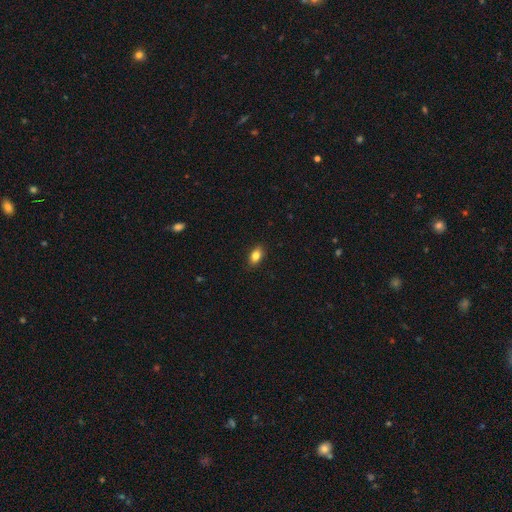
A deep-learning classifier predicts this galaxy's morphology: Smooth or featured? smooth (83%)
How rounded? in between (87%)
Merging? none (88%)